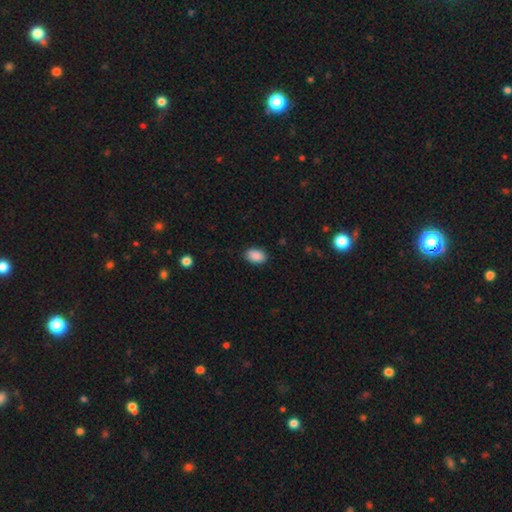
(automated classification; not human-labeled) smooth-or-featured: smooth: 90% | star or artifact: 7% | featured or disk: 3%
  how-rounded: in between: 89% | round: 10% | cigar-shaped: 1%
  merging: none: 88% | minor disturbance: 9% | major disturbance: 2% | merger: 1%